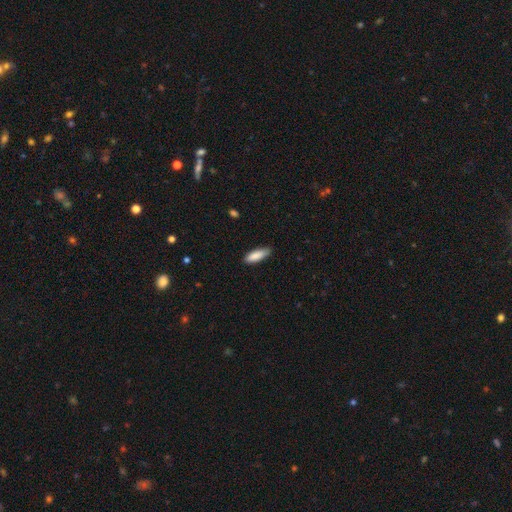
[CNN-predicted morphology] smooth-or-featured: smooth: 88% | featured or disk: 7% | star or artifact: 6%
  how-rounded: in between: 58% | cigar-shaped: 41% | round: 1%
  merging: none: 82% | minor disturbance: 14% | major disturbance: 2% | merger: 1%